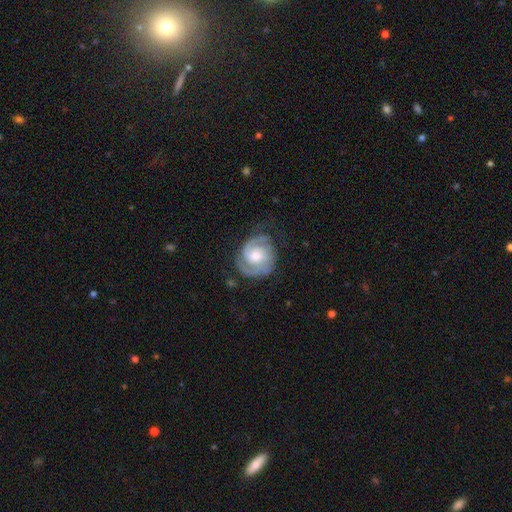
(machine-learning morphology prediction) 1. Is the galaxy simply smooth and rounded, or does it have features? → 85% featured or disk, 10% smooth, 5% star or artifact.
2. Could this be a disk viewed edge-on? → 98% no, 2% yes.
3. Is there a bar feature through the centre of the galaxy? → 65% no, 29% weak, 5% strong.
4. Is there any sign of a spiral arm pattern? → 97% yes, 3% no.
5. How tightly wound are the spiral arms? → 58% tight, 35% medium, 7% loose.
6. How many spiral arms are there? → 75% 2, 8% 3, 8% can't tell, 4% 1, 2% 4, 2% more than 4.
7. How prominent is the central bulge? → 57% moderate, 20% small, 18% large, 3% none, 2% dominant.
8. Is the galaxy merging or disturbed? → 70% none, 20% minor disturbance, 9% major disturbance, 1% merger.